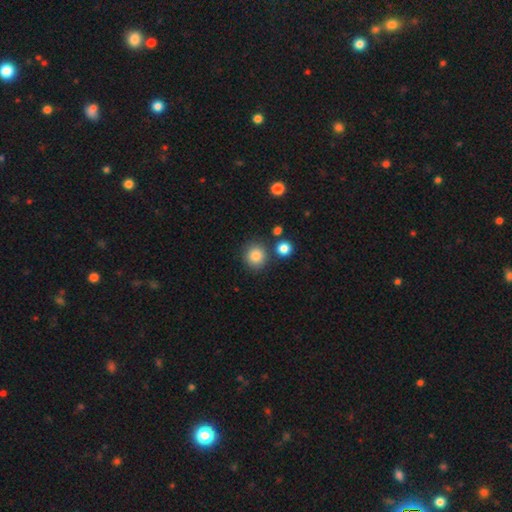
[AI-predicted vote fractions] The model was most divided on "merging": none: 80%, minor disturbance: 10%, merger: 7%, major disturbance: 3%. More confident: how rounded — round (88%); smooth or featured — smooth (85%).